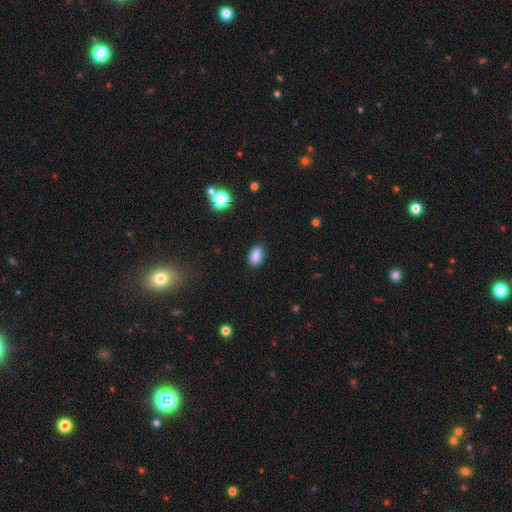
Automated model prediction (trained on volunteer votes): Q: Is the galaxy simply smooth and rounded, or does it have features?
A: smooth — 86%.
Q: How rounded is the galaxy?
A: in between — 91%.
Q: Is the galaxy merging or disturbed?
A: none — 86%.